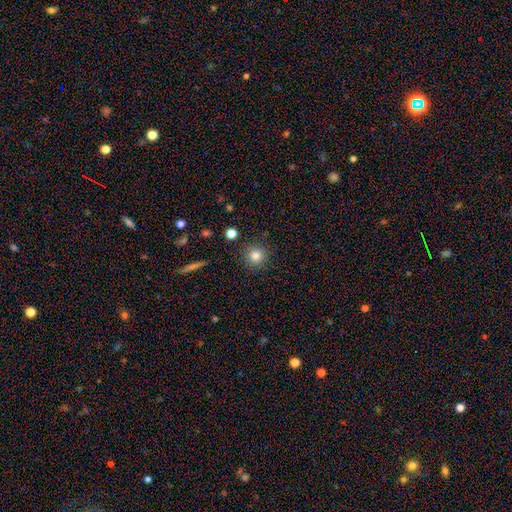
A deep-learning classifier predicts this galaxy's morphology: type=smooth (82%); roundness=round (94%); merging=none (89%).